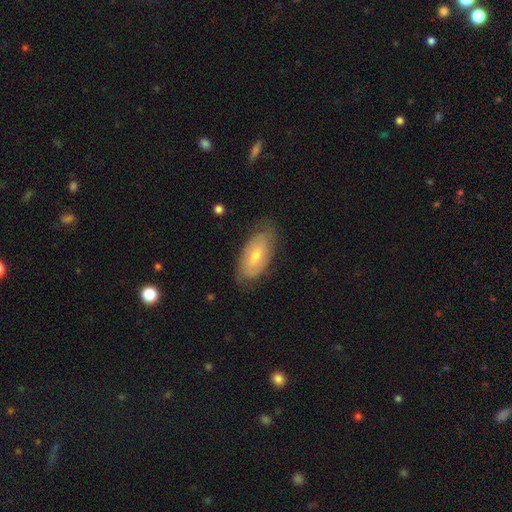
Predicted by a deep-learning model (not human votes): Smooth or featured? featured or disk (55%)
Edge-on disk? no (89%)
Merging? none (73%)